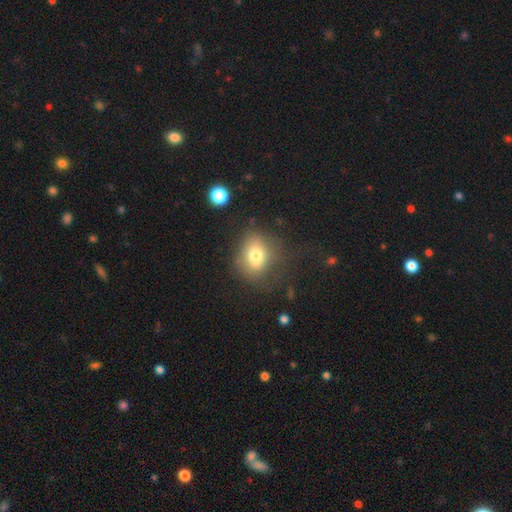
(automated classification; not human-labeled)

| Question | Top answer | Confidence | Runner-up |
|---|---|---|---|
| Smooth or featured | smooth | 75% | featured or disk (14%) |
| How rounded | round | 57% | in between (42%) |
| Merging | none | 61% | minor disturbance (21%) |